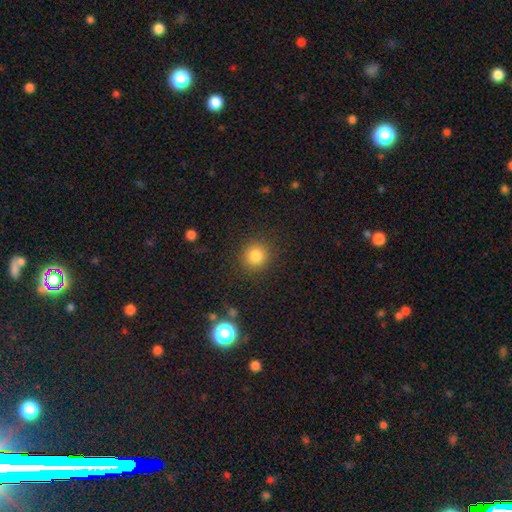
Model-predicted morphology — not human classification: Smooth or featured?
  - smooth: 81% *
  - star or artifact: 13%
  - featured or disk: 6%
How rounded?
  - round: 91% *
  - in between: 8%
  - cigar-shaped: 1%
Merging?
  - none: 89% *
  - minor disturbance: 7%
  - major disturbance: 3%
  - merger: 1%